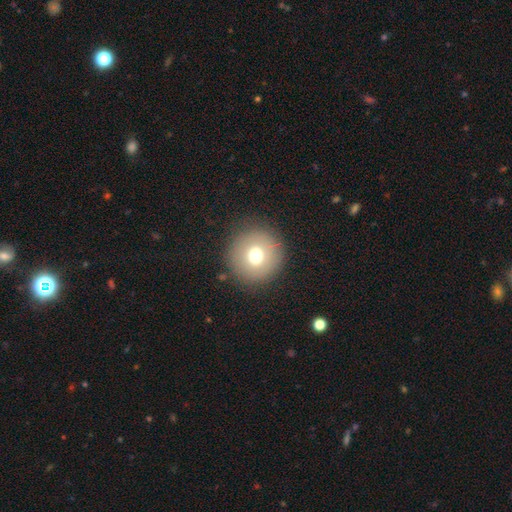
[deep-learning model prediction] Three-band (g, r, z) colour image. It shows a smooth galaxy with no disk features (71%) that is round (94%). Merging: none (88%).